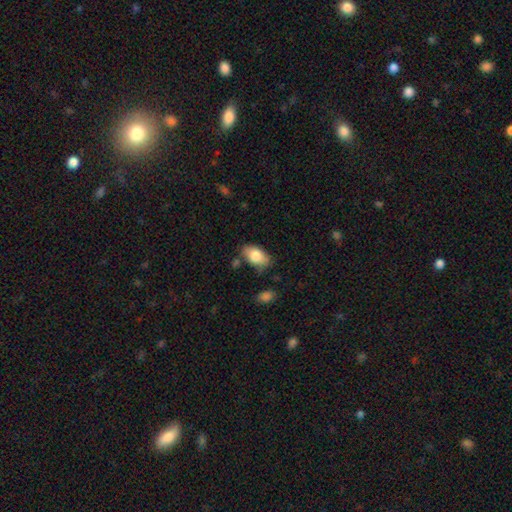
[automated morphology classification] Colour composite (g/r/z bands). It shows a smooth galaxy with no disk features (82%) that is in between round and cigar-shaped (92%). Merging: none (73%).